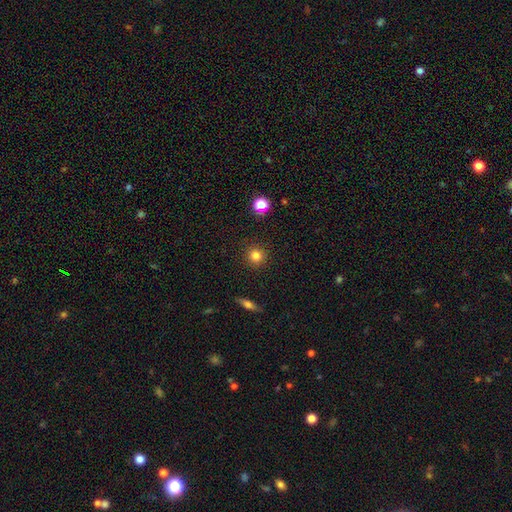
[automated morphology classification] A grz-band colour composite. It shows a smooth galaxy with no disk features (81%) that is round (94%). Merging: none (92%).